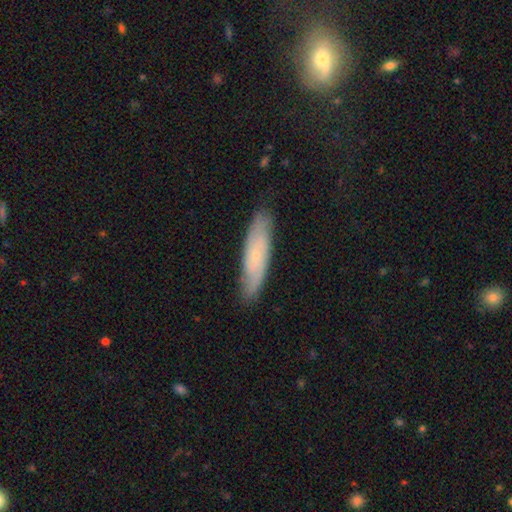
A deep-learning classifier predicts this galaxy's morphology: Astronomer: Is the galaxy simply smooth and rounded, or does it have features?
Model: featured or disk — 48% (runner-up: smooth, 46%).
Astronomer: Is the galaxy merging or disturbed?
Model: none — 82%.